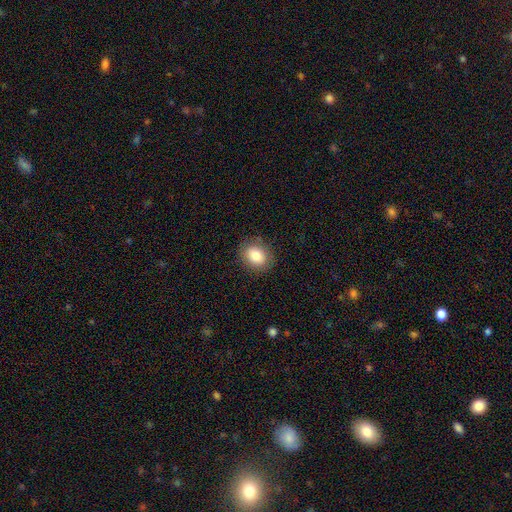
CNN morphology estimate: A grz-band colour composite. It shows a smooth galaxy with no disk features (83%) that is round (50%). Merging: none (86%).